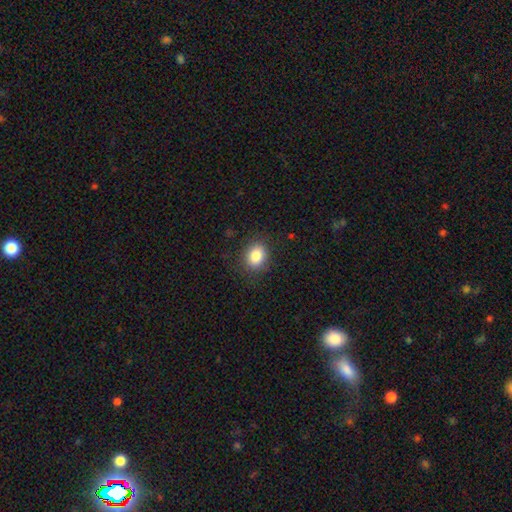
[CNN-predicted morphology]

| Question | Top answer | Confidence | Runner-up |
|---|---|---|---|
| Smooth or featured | smooth | 85% | star or artifact (10%) |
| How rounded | in between | 52% | round (47%) |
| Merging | none | 86% | minor disturbance (10%) |